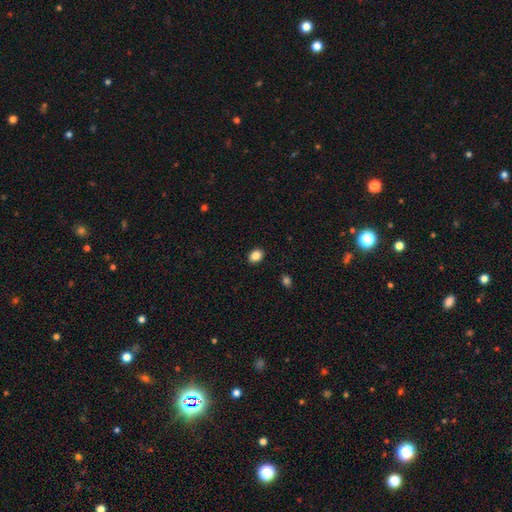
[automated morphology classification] Q: Smooth or featured?
A: smooth (86%); runner-up: star or artifact (9%)
Q: How rounded?
A: in between (60%); runner-up: round (39%)
Q: Merging?
A: none (91%); runner-up: minor disturbance (6%)